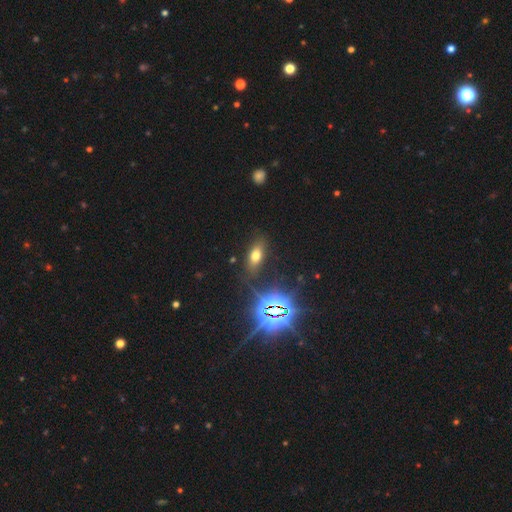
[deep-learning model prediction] This appears to be a smooth galaxy with no disk features (57%) that is in between round and cigar-shaped (78%). Merging: none (83%).